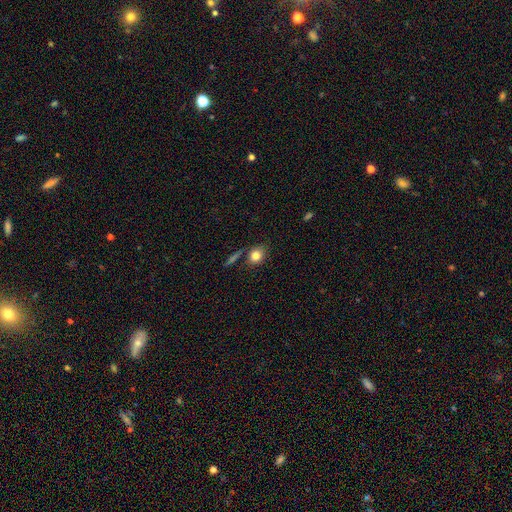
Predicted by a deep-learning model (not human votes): This is clearly a smooth galaxy (81%). How rounded: likely round (61%). Merging: likely none (75%).